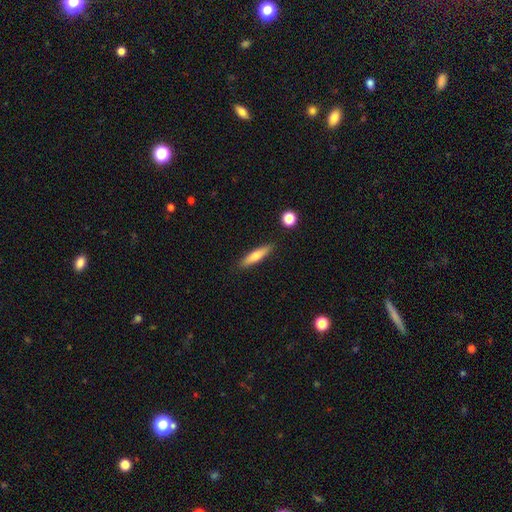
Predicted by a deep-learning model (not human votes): Morphology: type=smooth (66%); roundness=cigar-shaped (81%); merging=none (88%).